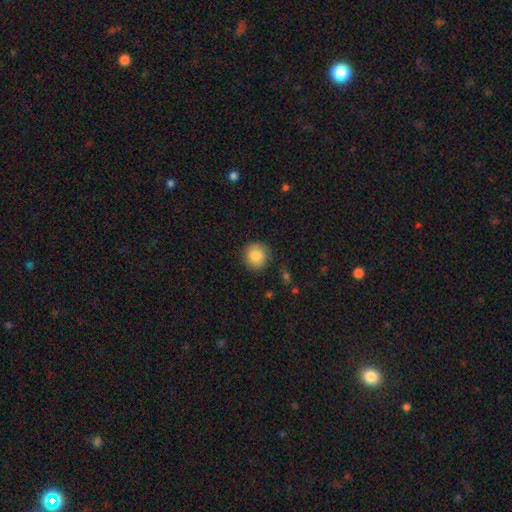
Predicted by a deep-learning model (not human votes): The model was most divided on "smooth or featured": smooth: 85%, star or artifact: 8%, featured or disk: 6%. More confident: how rounded — round (92%); merging — none (87%).